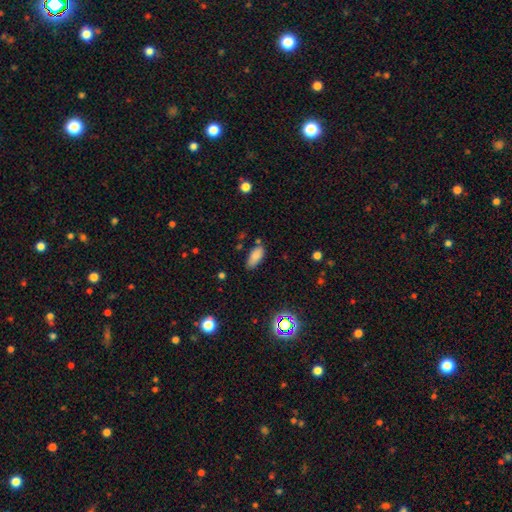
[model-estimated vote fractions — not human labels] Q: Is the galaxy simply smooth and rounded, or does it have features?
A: smooth — 83%.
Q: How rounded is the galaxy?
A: in between — 86%.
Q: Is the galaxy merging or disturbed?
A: none — 75%.